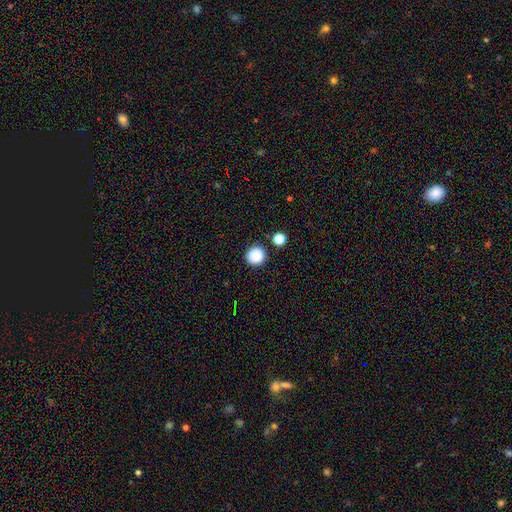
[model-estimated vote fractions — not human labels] smooth_or_featured: smooth (p=0.87) [alt: star or artifact p=0.10]
how_rounded: round (p=0.93) [alt: in between p=0.06]
merging: none (p=0.87) [alt: minor disturbance p=0.07]